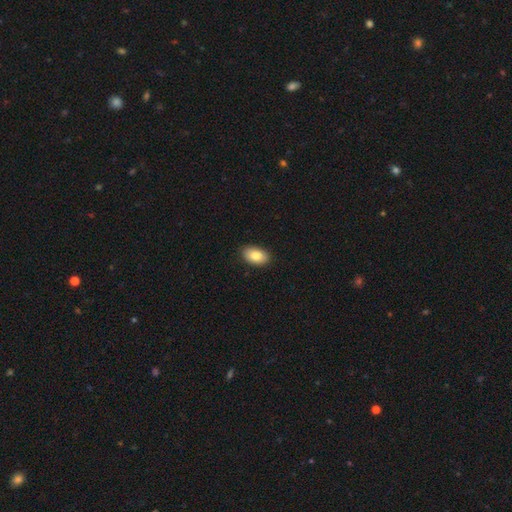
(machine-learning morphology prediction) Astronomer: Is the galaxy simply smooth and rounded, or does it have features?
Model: smooth — 84%.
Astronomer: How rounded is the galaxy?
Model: in between — 92%.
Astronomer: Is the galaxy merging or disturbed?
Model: none — 89%.